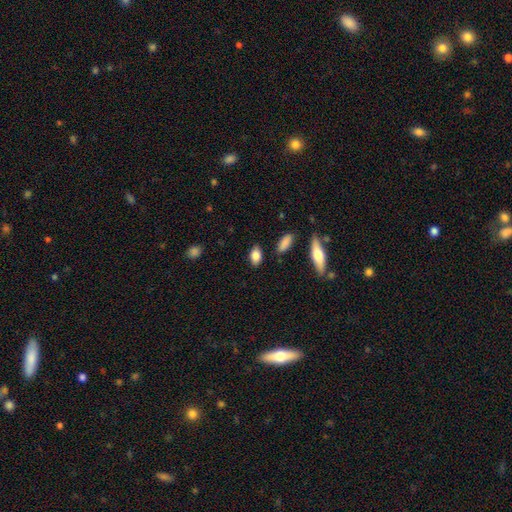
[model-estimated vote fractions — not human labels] Smooth or featured? smooth (83%)
How rounded? in between (86%)
Merging? none (84%)